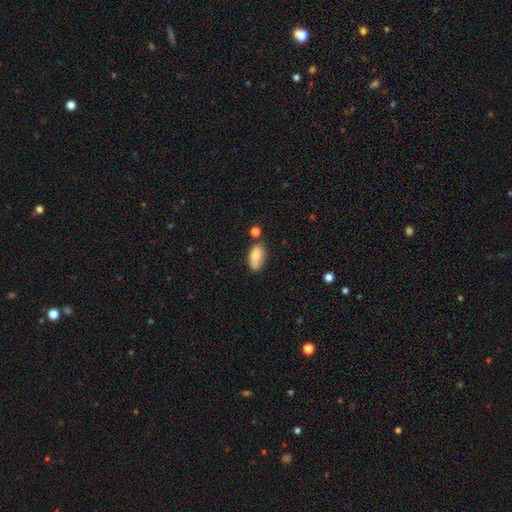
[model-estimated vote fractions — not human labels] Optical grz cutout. It shows a smooth galaxy with no disk features (76%) that is in between round and cigar-shaped (91%). Merging: none (57%).